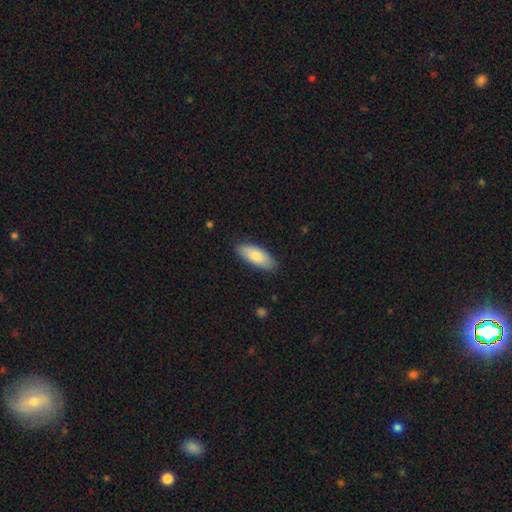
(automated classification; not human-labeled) Morphology: type=smooth (82%); roundness=in between (78%); merging=none (86%).